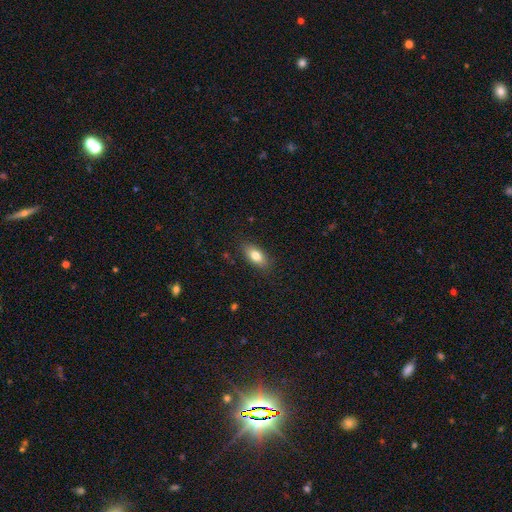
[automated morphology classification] type=smooth (78%); roundness=in between (86%); merging=none (86%).